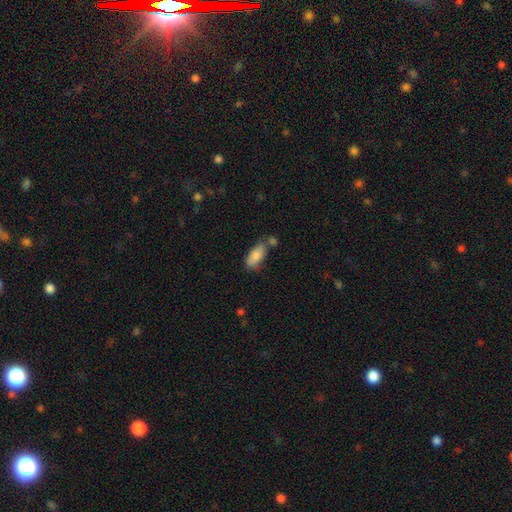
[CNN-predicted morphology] Smooth or featured?
  - smooth: 84% *
  - featured or disk: 9%
  - star or artifact: 7%
How rounded?
  - in between: 83% *
  - cigar-shaped: 15%
  - round: 2%
Merging?
  - none: 63% *
  - minor disturbance: 18%
  - merger: 14%
  - major disturbance: 4%